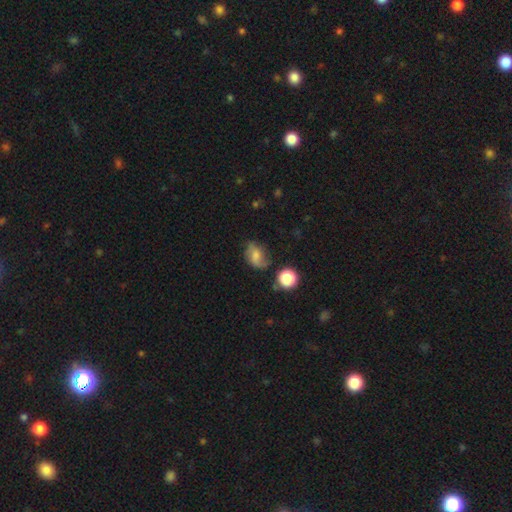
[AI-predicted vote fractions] smooth-or-featured: smooth: 49% | featured or disk: 39% | star or artifact: 12%
  merging: none: 55% | minor disturbance: 28% | major disturbance: 14% | merger: 4%